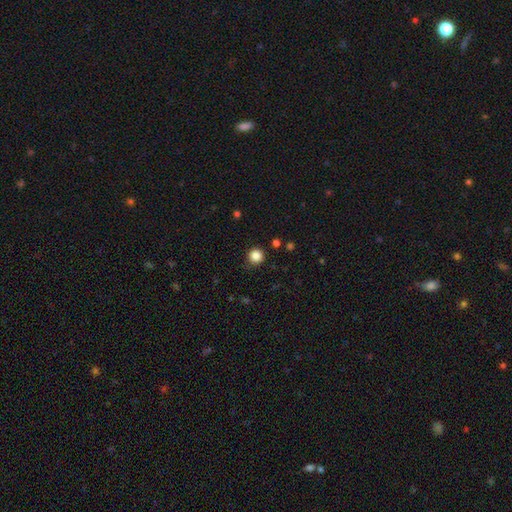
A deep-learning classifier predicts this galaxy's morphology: type=smooth (85%); roundness=round (95%); merging=none (87%).